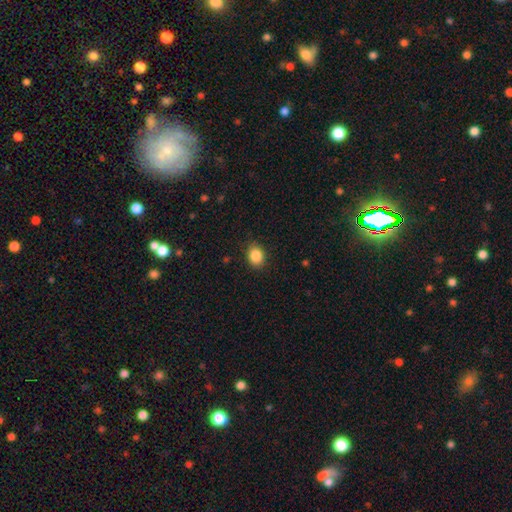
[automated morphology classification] Smooth or featured: smooth — 87% (star or artifact — 9%)
How rounded: round — 51% (in between — 48%)
Merging: none — 86% (minor disturbance — 11%)